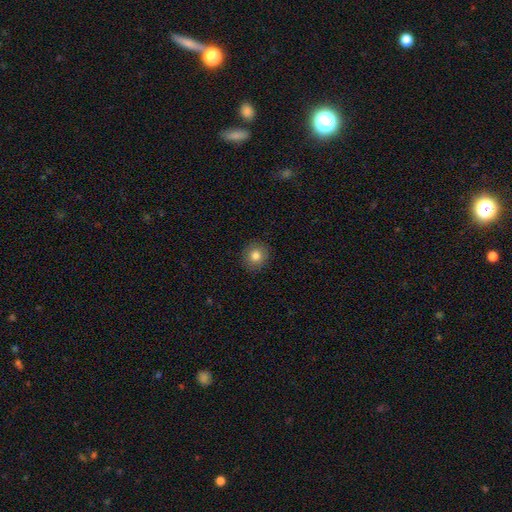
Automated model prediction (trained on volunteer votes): smooth-or-featured: smooth: 81% | star or artifact: 11% | featured or disk: 8%
  how-rounded: round: 87% | in between: 12% | cigar-shaped: 1%
  merging: none: 91% | minor disturbance: 6% | major disturbance: 2% | merger: 1%